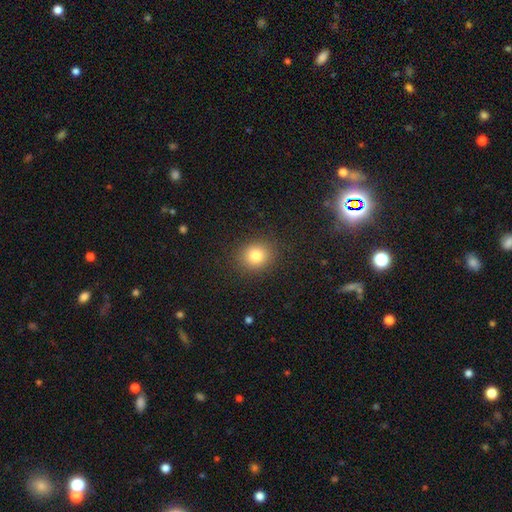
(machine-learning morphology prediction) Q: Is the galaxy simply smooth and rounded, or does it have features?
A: smooth — 81%.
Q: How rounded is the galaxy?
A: round — 76%.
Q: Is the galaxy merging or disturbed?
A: none — 89%.